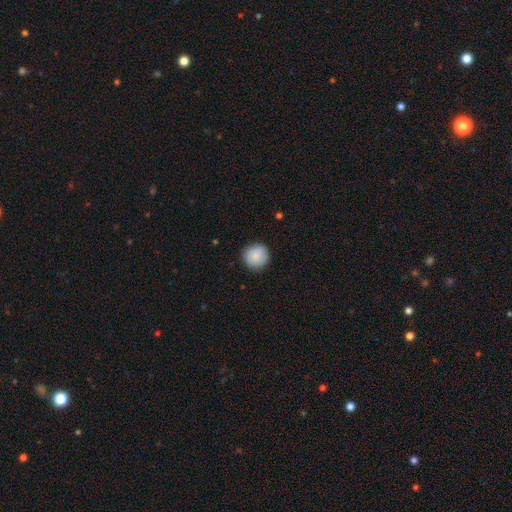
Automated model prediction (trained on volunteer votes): smooth 87%, star or artifact 7%, featured or disk 6%. Down the decision tree: how rounded — round (94%); merging — none (89%).